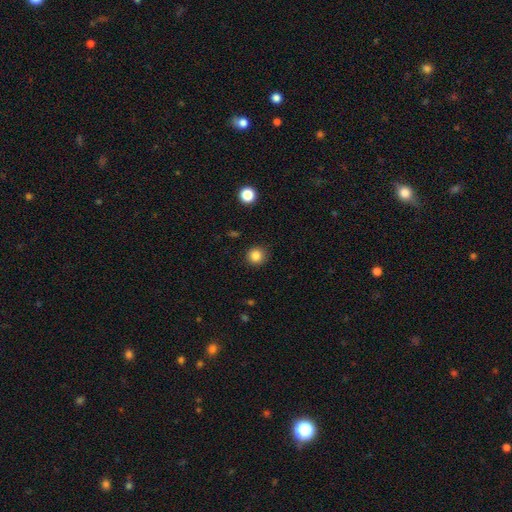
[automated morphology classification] Q: Smooth or featured?
A: smooth (85%); runner-up: star or artifact (11%)
Q: How rounded?
A: round (93%); runner-up: in between (6%)
Q: Merging?
A: none (90%); runner-up: minor disturbance (7%)